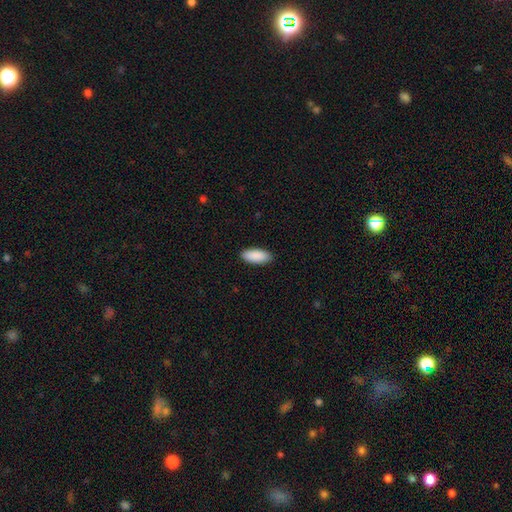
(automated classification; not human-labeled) This is clearly a smooth galaxy (91%). How rounded: clearly in between (87%). Merging: clearly none (90%).